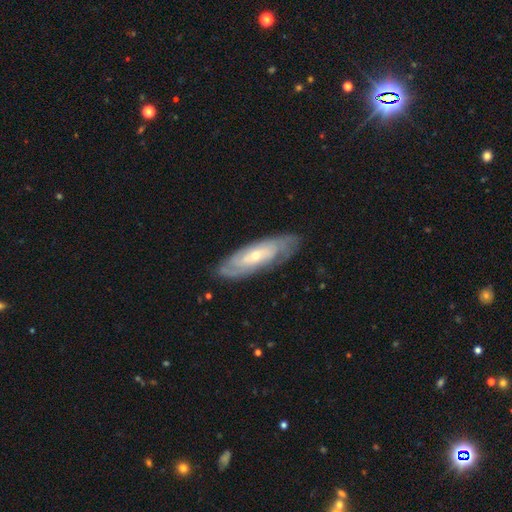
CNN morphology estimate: This is likely a featured or disk galaxy (78%). It is clearly not viewed edge-on (83%). Bar: likely no (66%). Spiral arm pattern: clearly yes (89%). Spiral arm count: possibly can't tell (49%). Spiral winding: likely tight (70%). Central bulge: likely small (61%). Merging: likely none (80%).